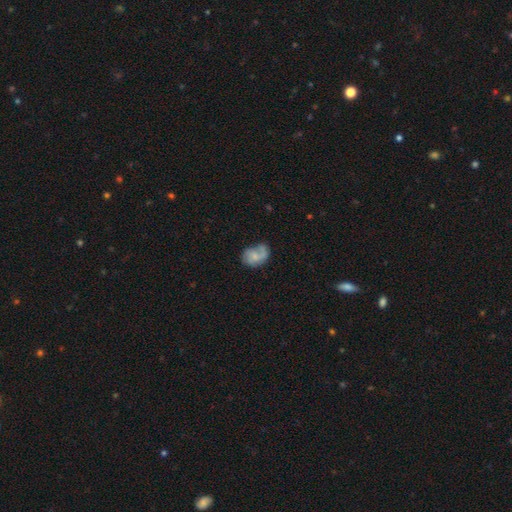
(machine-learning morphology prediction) A smooth galaxy with no disk features (51%) that is in between round and cigar-shaped (66%). Merging: none (40%).